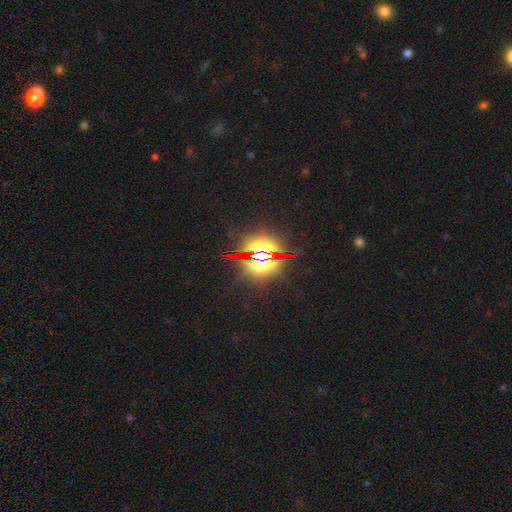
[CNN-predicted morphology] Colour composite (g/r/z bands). It shows a star or artifact, not a galaxy (83%).